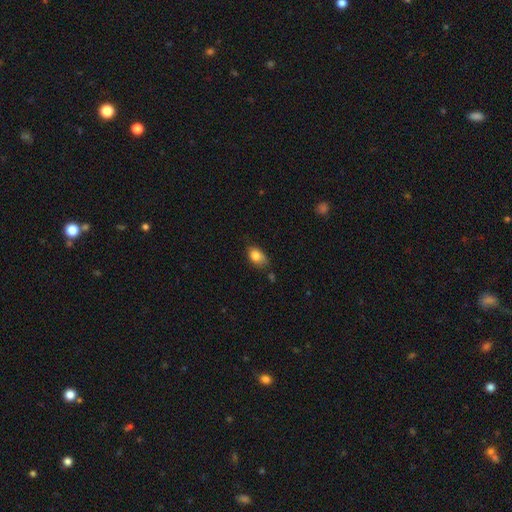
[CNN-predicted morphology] Smooth or featured? smooth (83%)
How rounded? in between (82%)
Merging? none (63%)